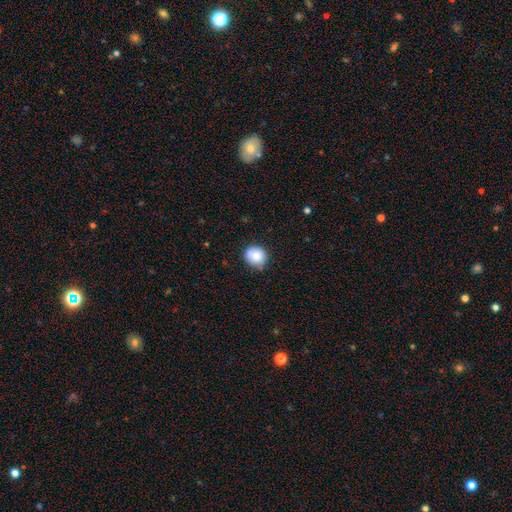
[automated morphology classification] smooth_or_featured: smooth (p=0.82) [alt: featured or disk p=0.09]
how_rounded: round (p=0.84) [alt: in between p=0.15]
merging: none (p=0.77) [alt: minor disturbance p=0.18]